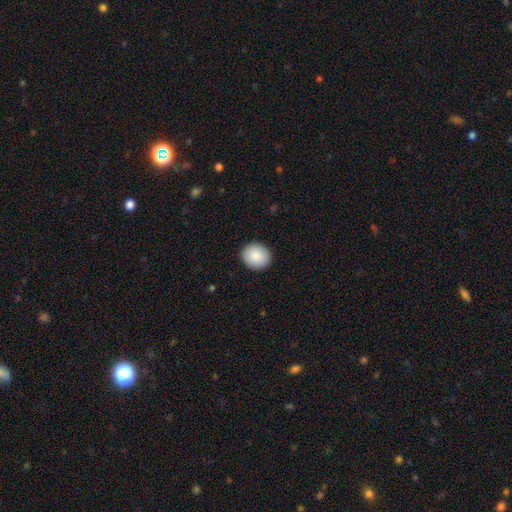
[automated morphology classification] A smooth galaxy with no disk features (89%) that is round (74%). Merging: none (91%).